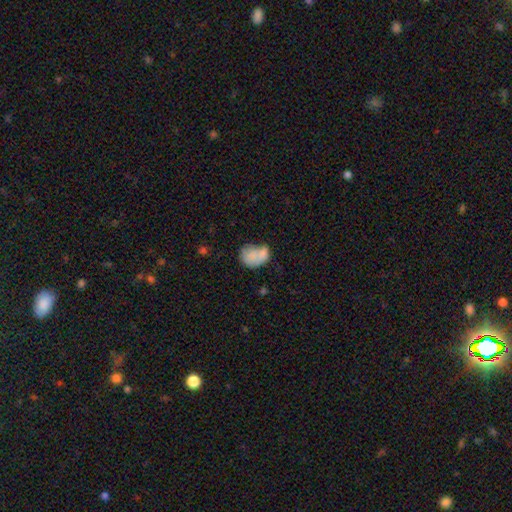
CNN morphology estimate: Smooth or featured? Predicted: smooth (p=0.73). How rounded? Predicted: in between (p=0.63). Merging? Predicted: none (p=0.31).